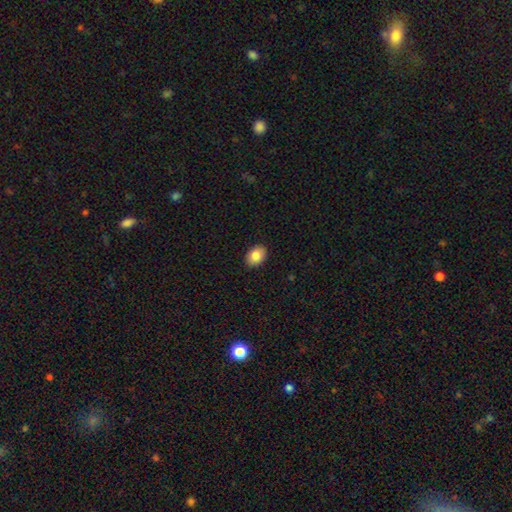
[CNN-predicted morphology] This is clearly a smooth galaxy (84%). How rounded: likely in between (75%). Merging: clearly none (91%).